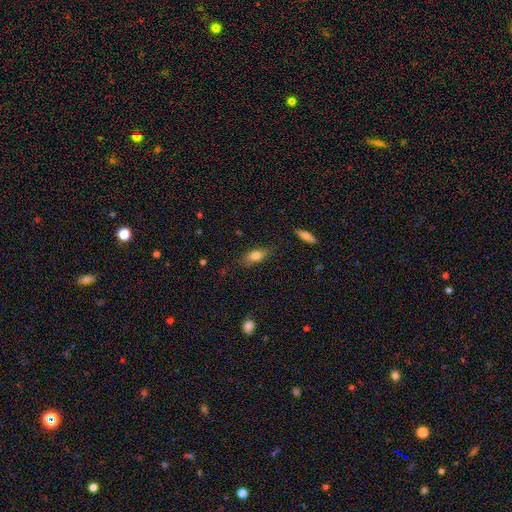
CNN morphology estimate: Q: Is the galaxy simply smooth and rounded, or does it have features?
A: smooth — 77%.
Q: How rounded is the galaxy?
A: in between — 75%.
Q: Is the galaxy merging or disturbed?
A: none — 74%.